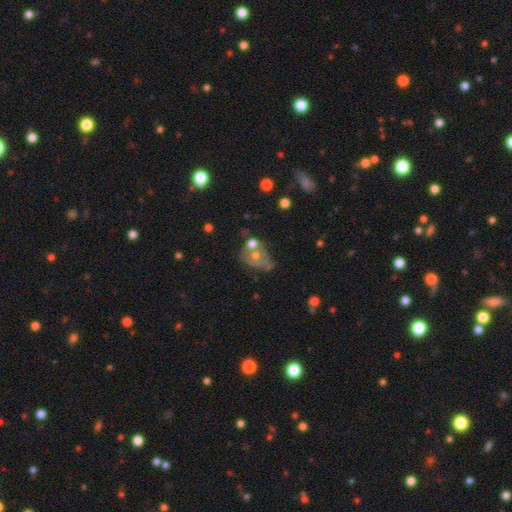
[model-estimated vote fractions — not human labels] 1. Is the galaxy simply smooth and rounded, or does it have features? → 48% featured or disk, 37% smooth, 14% star or artifact.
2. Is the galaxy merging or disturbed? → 33% none, 29% merger, 20% minor disturbance, 17% major disturbance.